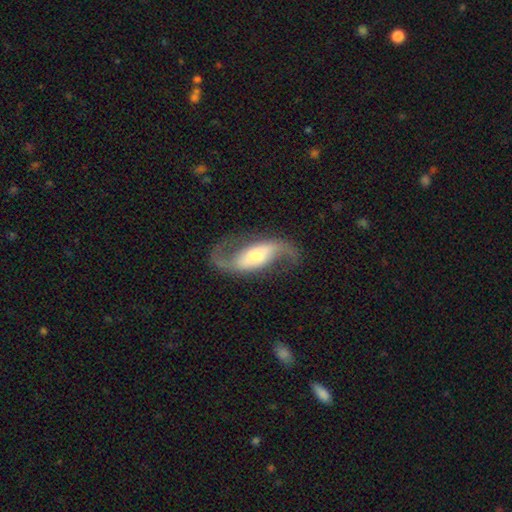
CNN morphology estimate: smooth-or-featured: featured or disk: 89% | smooth: 7% | star or artifact: 5%
  disk-edge-on: no: 95% | yes: 5%
    bar: strong: 39% | weak: 33% | no: 28%
    has-spiral-arms: yes: 97% | no: 3%
      spiral-winding: loose: 72% | medium: 23% | tight: 6%
      spiral-arm-count: 2: 93% | 1: 2% | can't tell: 2% | 3: 1% | 4: 1% | more than 4: 1%
    bulge-size: moderate: 51% | small: 30% | large: 14% | dominant: 3% | none: 3%
  merging: none: 79% | minor disturbance: 12% | major disturbance: 7% | merger: 2%